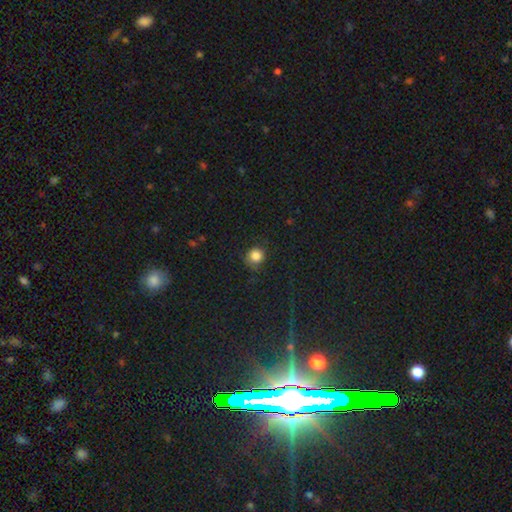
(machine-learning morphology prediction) smooth 83%, star or artifact 12%, featured or disk 5%. Down the decision tree: how rounded — round (88%); merging — none (75%).